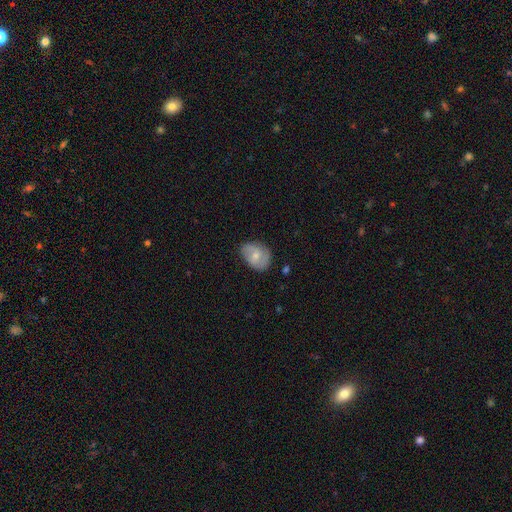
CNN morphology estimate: This appears to be a smooth galaxy with no disk features (60%) that is in between round and cigar-shaped (72%). Merging: none (67%).